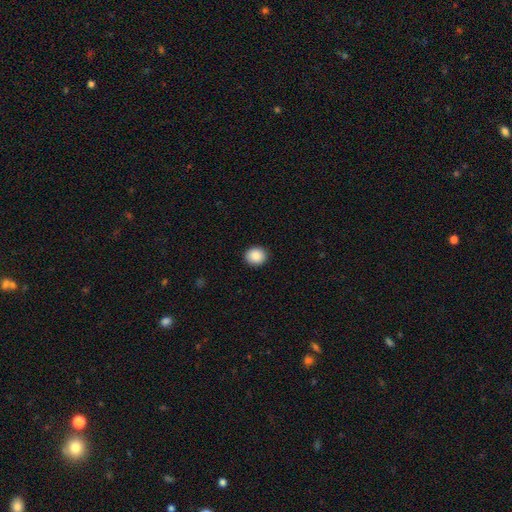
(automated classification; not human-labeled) This is clearly a smooth galaxy (88%). How rounded: likely round (77%). Merging: clearly none (92%).